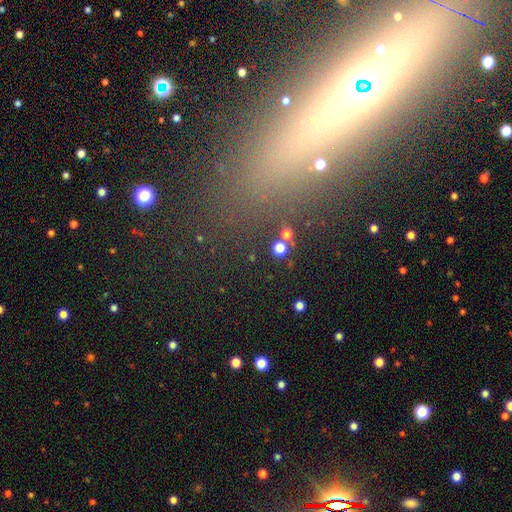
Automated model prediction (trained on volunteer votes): A star or artifact, not a galaxy (45%).

Vote fractions:
- Smooth or featured? star or artifact: 45% / featured or disk: 29% / smooth: 25%